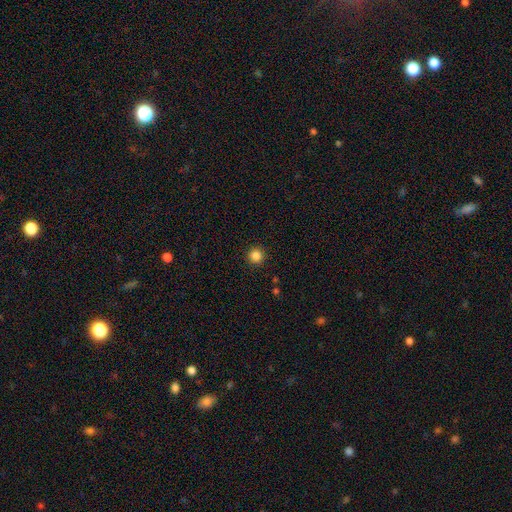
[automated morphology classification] This is clearly a smooth galaxy (85%). How rounded: clearly round (96%). Merging: clearly none (93%).